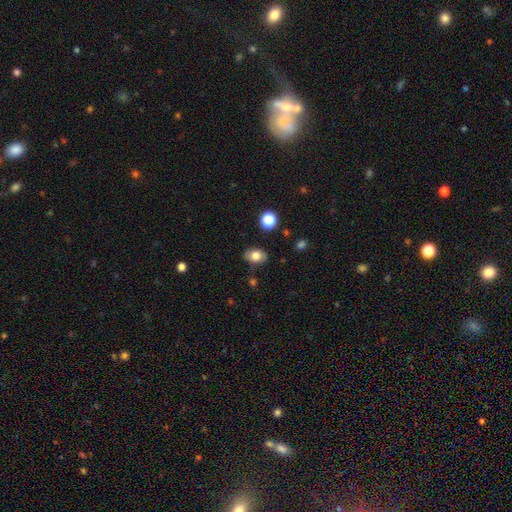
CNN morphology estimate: This is likely a smooth galaxy (79%). How rounded: likely in between (80%). Merging: clearly none (82%).